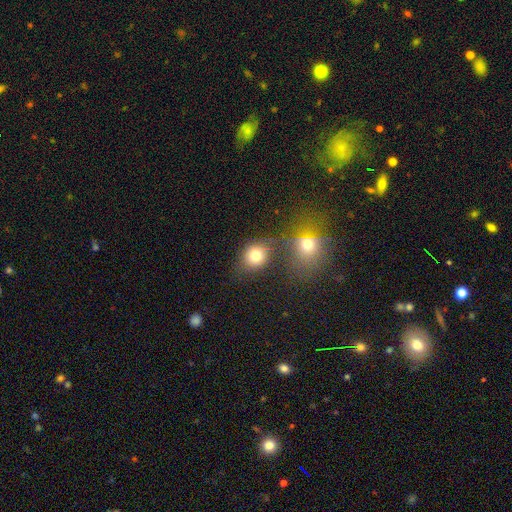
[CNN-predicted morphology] Smooth or featured: smooth — 77% (star or artifact — 13%)
How rounded: round — 71% (in between — 28%)
Merging: none — 63% (merger — 19%)